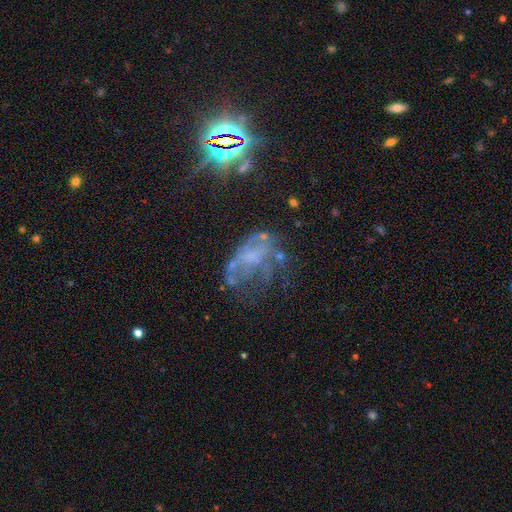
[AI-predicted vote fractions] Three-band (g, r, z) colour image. It shows a featured or disk galaxy (51%). Merging: none (39%).